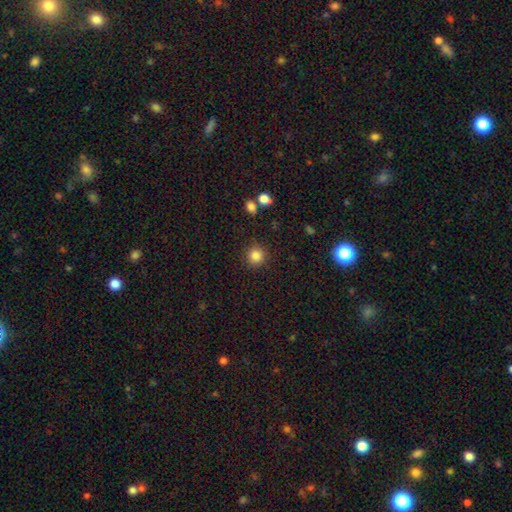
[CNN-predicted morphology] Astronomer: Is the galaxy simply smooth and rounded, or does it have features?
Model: smooth — 84%.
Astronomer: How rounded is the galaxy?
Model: round — 93%.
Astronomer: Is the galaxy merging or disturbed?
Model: none — 89%.